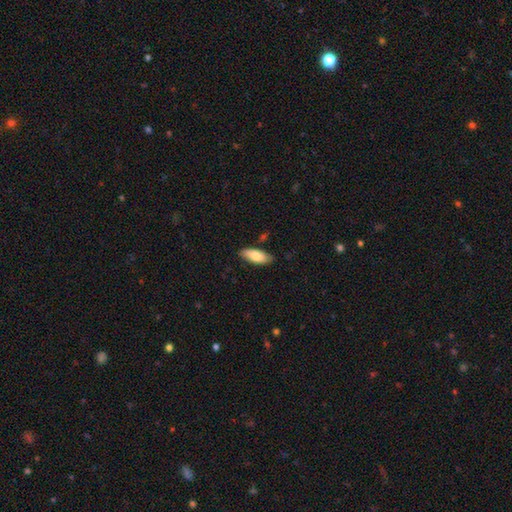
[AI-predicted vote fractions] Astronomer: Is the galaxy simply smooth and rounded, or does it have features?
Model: smooth — 78%.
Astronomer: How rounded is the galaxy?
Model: in between — 82%.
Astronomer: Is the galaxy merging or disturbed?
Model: none — 82%.